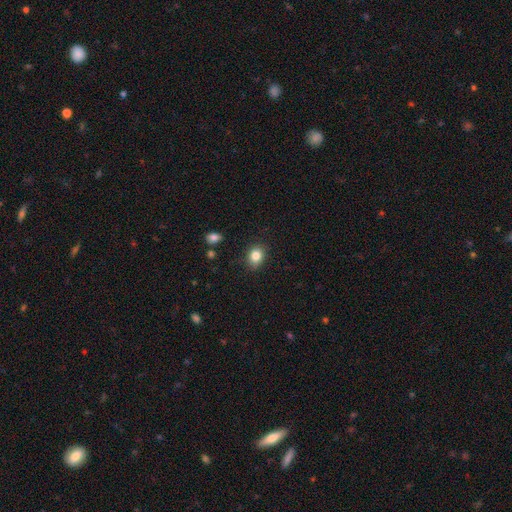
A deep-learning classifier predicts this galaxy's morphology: Smooth or featured? Predicted: smooth (p=0.83). How rounded? Predicted: round (p=0.54). Merging? Predicted: none (p=0.84).